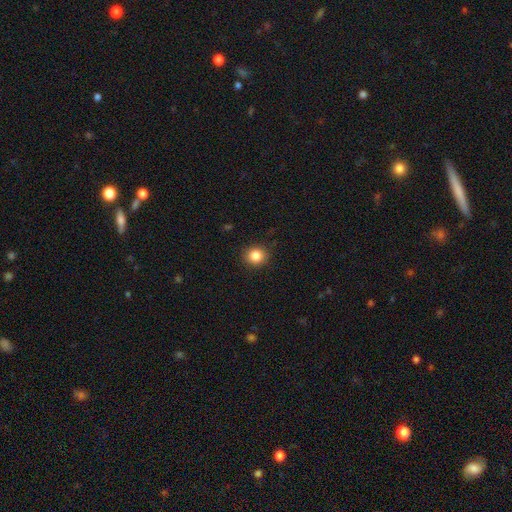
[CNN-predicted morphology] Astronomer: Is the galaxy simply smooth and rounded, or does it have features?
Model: smooth — 85%.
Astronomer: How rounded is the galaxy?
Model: round — 84%.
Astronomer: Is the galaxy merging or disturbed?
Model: none — 90%.